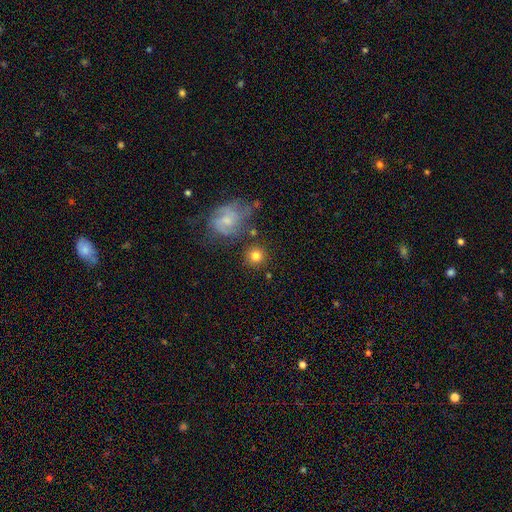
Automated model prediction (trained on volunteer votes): Morphology: type=smooth (79%); roundness=round (92%); merging=none (80%).